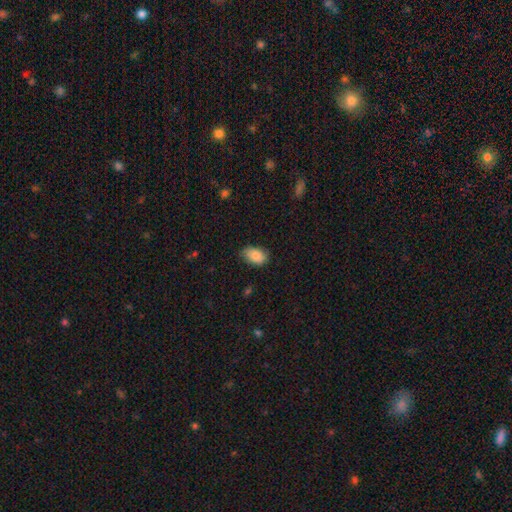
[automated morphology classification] smooth_or_featured: smooth (p=0.87) [alt: star or artifact p=0.07]
how_rounded: in between (p=0.90) [alt: round p=0.08]
merging: none (p=0.73) [alt: minor disturbance p=0.23]